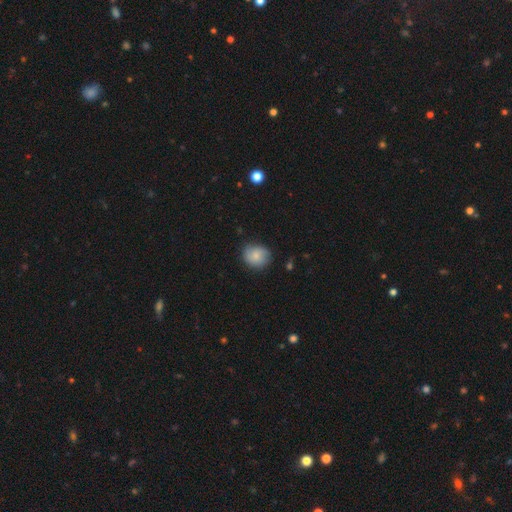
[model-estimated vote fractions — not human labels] Q: Smooth or featured?
A: smooth (73%); runner-up: featured or disk (19%)
Q: How rounded?
A: round (74%); runner-up: in between (25%)
Q: Merging?
A: none (76%); runner-up: minor disturbance (18%)